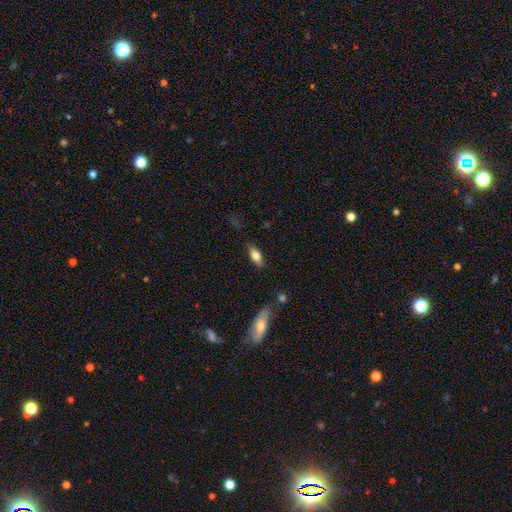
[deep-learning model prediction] This appears to be a smooth galaxy with no disk features (64%) that is in between round and cigar-shaped (70%). Merging: none (82%).